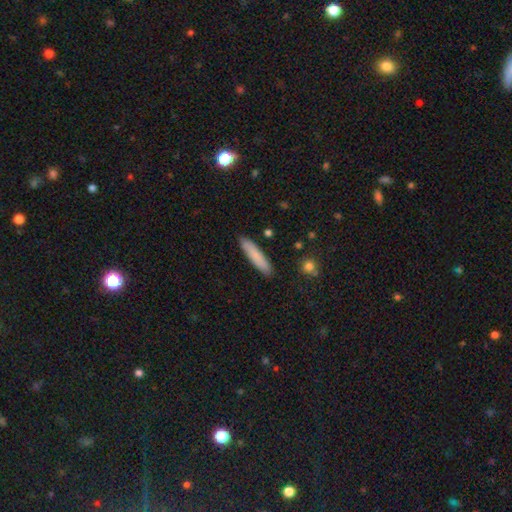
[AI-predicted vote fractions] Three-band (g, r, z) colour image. It shows a smooth galaxy with no disk features (81%) that is cigar-shaped (86%). Merging: none (89%).